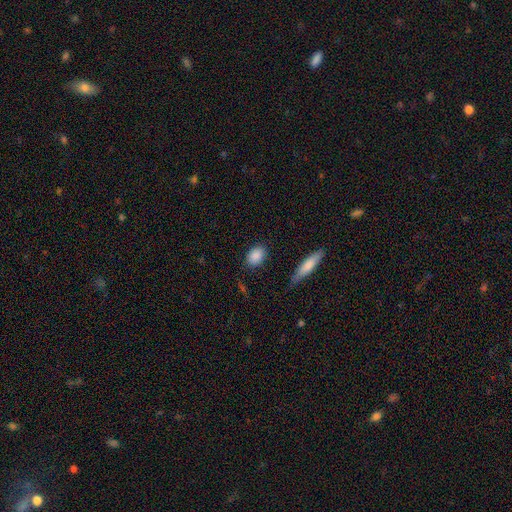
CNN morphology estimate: A smooth galaxy with no disk features (88%) that is in between round and cigar-shaped (70%).

Vote fractions:
- Smooth or featured? smooth: 88% / star or artifact: 7% / featured or disk: 5%
- How rounded? in between: 70% / round: 27% / cigar-shaped: 3%
- Merging? none: 83% / minor disturbance: 12% / major disturbance: 3% / merger: 2%